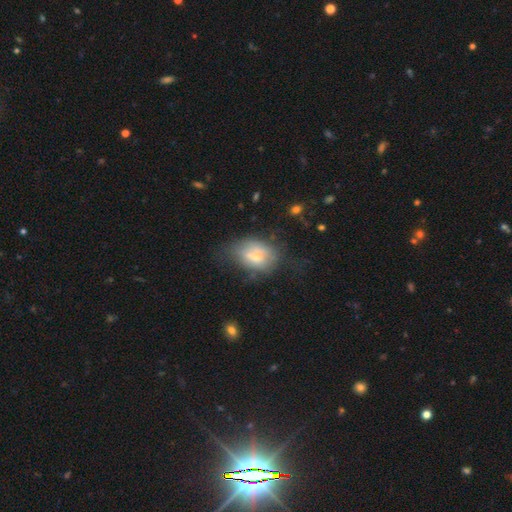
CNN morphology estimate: Smooth or featured? Predicted: smooth (p=0.59). How rounded? Predicted: in between (p=0.65). Merging? Predicted: none (p=0.44).